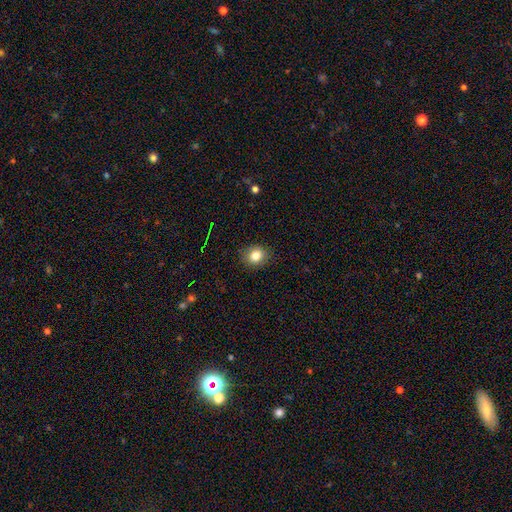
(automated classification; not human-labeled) Morphology: type=smooth (82%); roundness=round (68%); merging=none (88%).